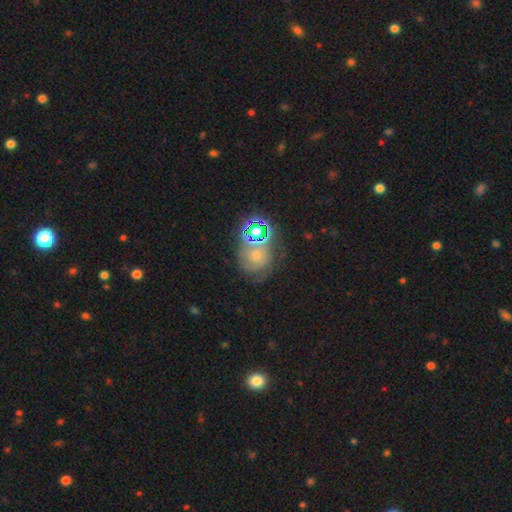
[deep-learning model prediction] Smooth or featured?
  - smooth: 38% *
  - star or artifact: 31%
  - featured or disk: 30%
Merging?
  - none: 52% *
  - minor disturbance: 19%
  - merger: 18%
  - major disturbance: 12%